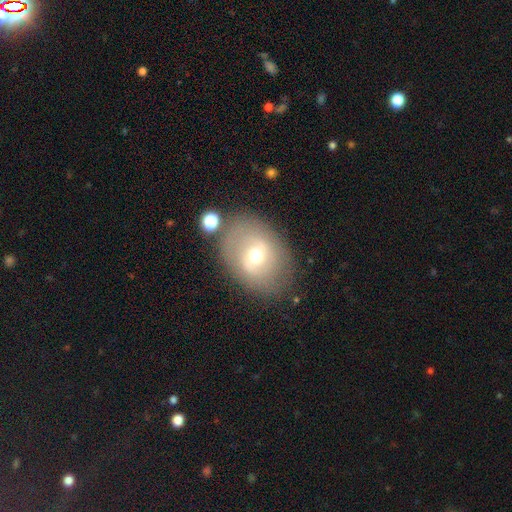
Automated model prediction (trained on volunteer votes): featured or disk 49%, smooth 41%, star or artifact 10%. Down the decision tree: merging — none (74%).